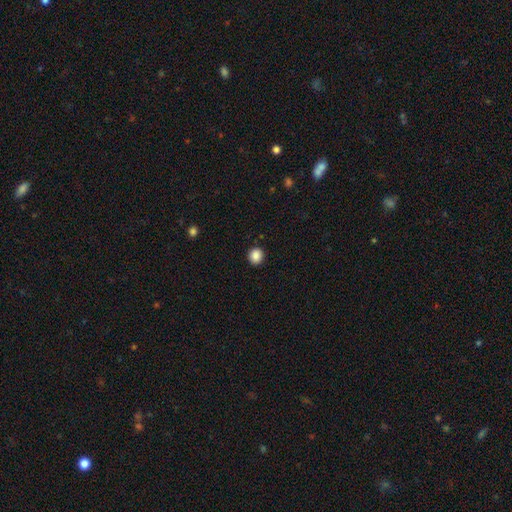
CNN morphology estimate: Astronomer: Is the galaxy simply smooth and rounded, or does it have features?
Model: smooth — 88%.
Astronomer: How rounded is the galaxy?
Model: round — 86%.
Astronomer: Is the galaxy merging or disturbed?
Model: none — 91%.